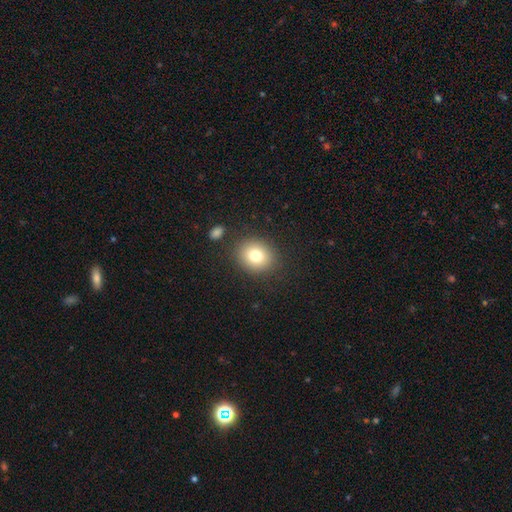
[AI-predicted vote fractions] smooth-or-featured: smooth: 78% | star or artifact: 12% | featured or disk: 10%
  how-rounded: round: 69% | in between: 30% | cigar-shaped: 1%
  merging: none: 86% | minor disturbance: 8% | major disturbance: 3% | merger: 3%